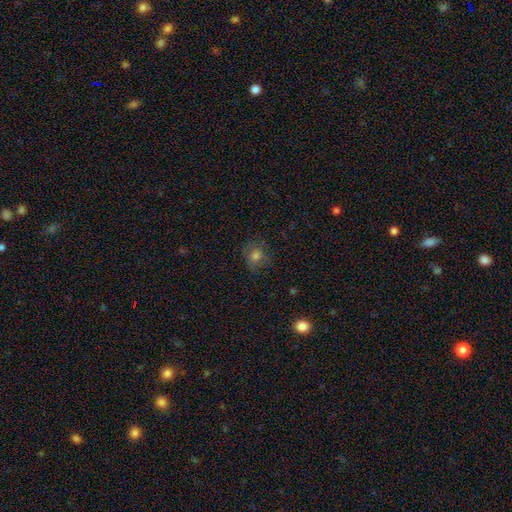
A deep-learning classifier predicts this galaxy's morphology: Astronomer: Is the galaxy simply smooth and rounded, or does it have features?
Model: smooth — 67%.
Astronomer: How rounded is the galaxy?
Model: round — 78%.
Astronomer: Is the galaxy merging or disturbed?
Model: none — 77%.